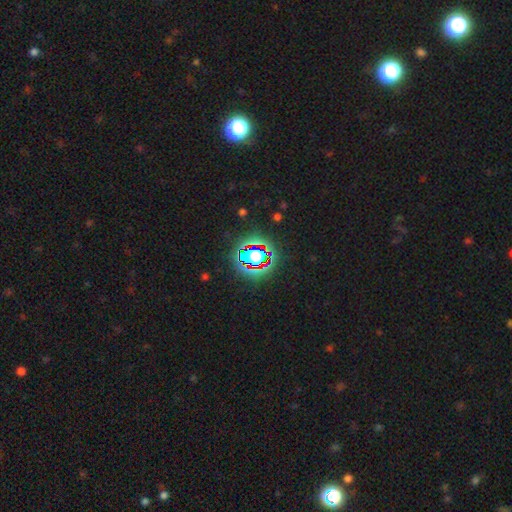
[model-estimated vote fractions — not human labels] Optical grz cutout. It shows a star or artifact, not a galaxy (67%).